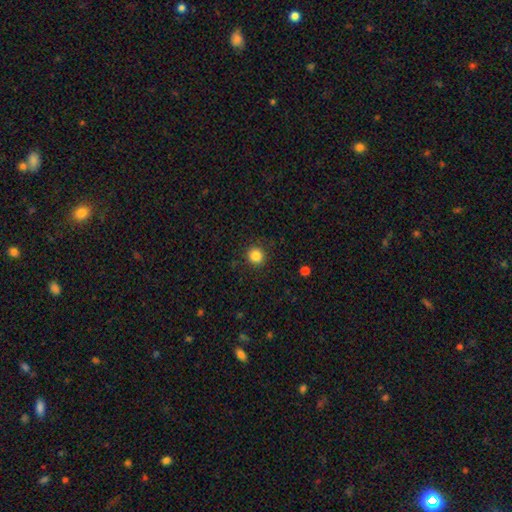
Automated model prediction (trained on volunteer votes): Smooth or featured?
  - smooth: 85% *
  - star or artifact: 11%
  - featured or disk: 4%
How rounded?
  - round: 93% *
  - in between: 6%
  - cigar-shaped: 1%
Merging?
  - none: 91% *
  - minor disturbance: 6%
  - major disturbance: 2%
  - merger: 1%